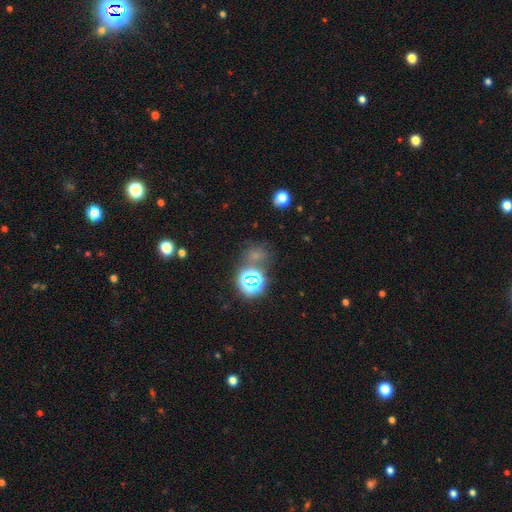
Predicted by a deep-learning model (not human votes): This is possibly a star or artifact rather than a galaxy (50%).